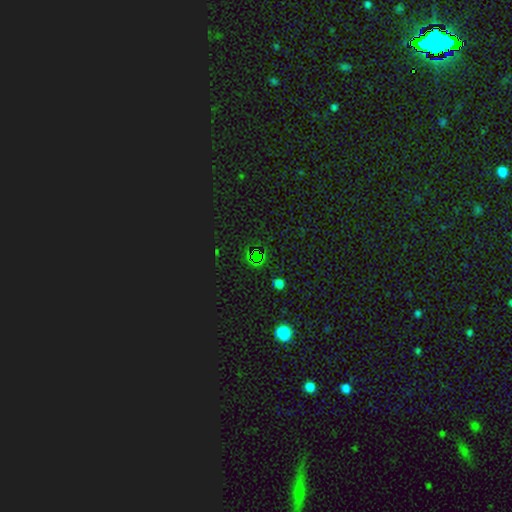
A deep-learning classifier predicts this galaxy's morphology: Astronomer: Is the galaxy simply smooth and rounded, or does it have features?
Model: star or artifact — 76%.